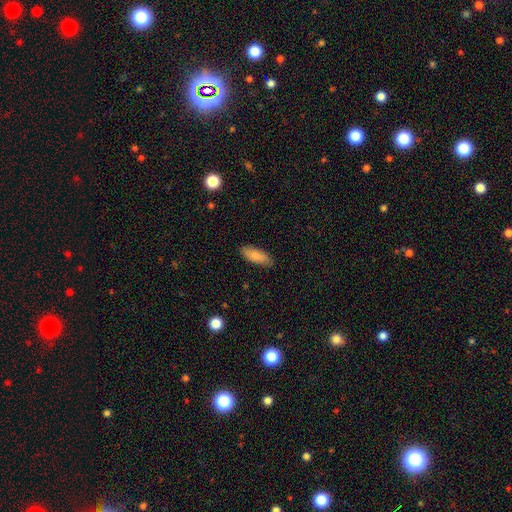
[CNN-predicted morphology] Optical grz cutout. It shows a smooth galaxy with no disk features (85%) that is in between round and cigar-shaped (73%). Merging: none (83%).